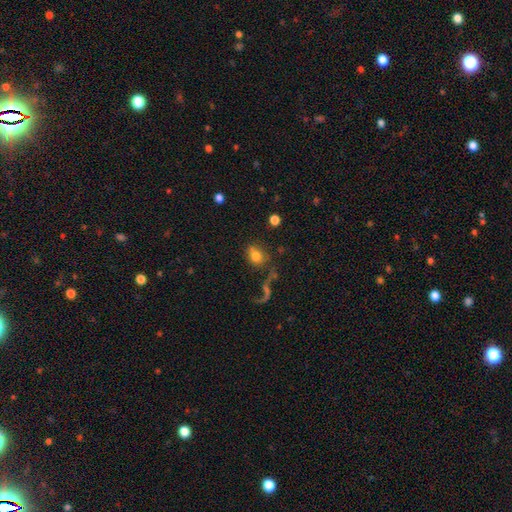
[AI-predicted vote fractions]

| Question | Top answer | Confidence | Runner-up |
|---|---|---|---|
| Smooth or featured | smooth | 72% | featured or disk (16%) |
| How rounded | in between | 54% | round (44%) |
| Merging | none | 54% | minor disturbance (17%) |